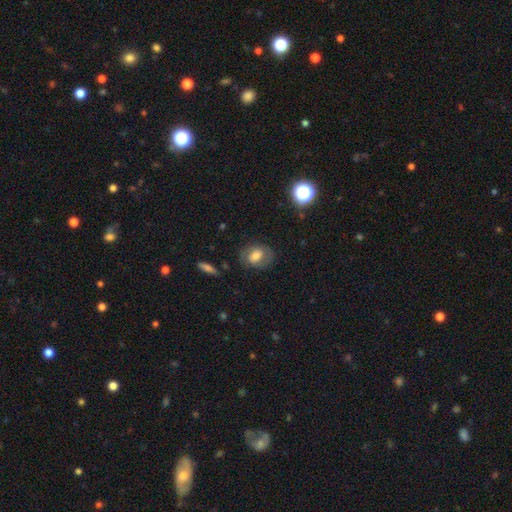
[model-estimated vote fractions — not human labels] A smooth galaxy with no disk features (60%) that is in between round and cigar-shaped (59%). Merging: none (71%).